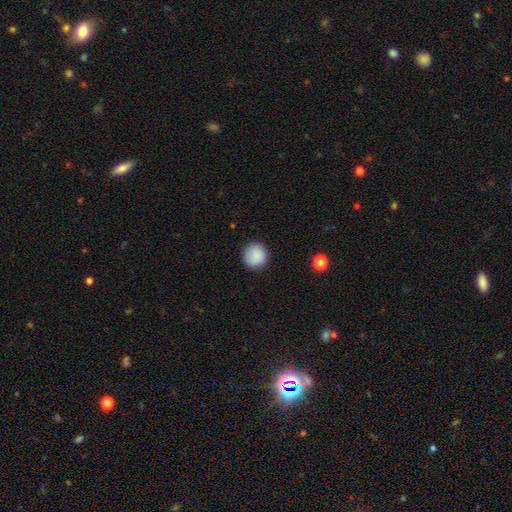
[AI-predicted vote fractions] Overall: smooth (88%). How rounded: round (93%). Merging: none (90%).